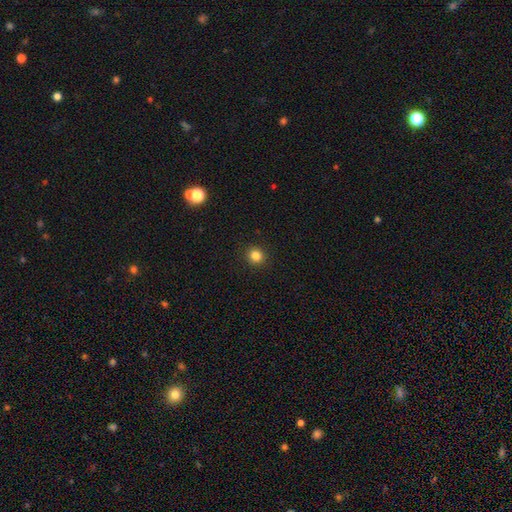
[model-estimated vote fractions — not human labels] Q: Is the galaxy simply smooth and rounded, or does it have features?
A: smooth — 83%.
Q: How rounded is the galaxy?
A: round — 91%.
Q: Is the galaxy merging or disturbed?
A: none — 92%.